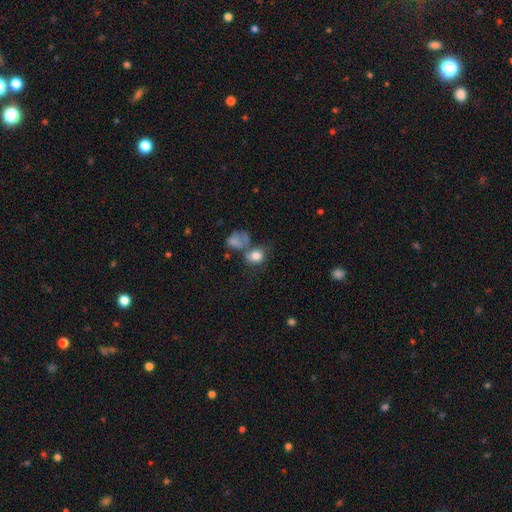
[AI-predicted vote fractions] A smooth galaxy with no disk features (77%) that is round (56%). Merging: none (35%, tied with merger).